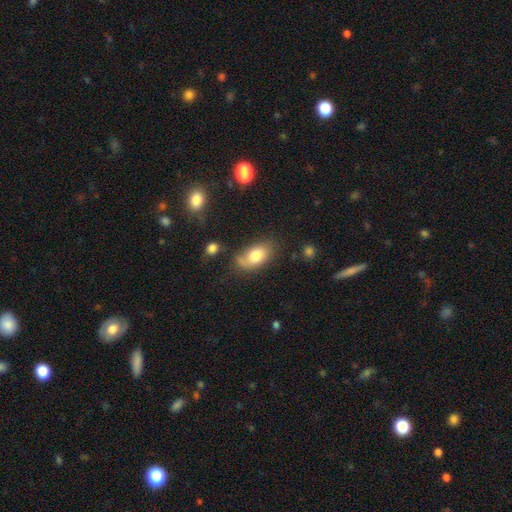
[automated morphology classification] Smooth or featured? smooth (75%)
How rounded? in between (91%)
Merging? none (57%)